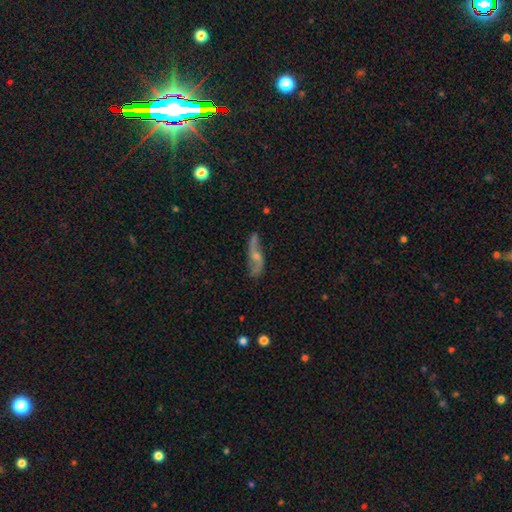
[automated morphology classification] Smooth or featured? Predicted: featured or disk (p=0.77). Edge-on disk? Predicted: no (p=0.86). Bar? Predicted: no (p=0.58). Spiral arms? Predicted: yes (p=0.92). Spiral winding? Predicted: loose (p=0.79). Spiral arm count? Predicted: 2 (p=0.91). Bulge size? Predicted: small (p=0.48). Merging? Predicted: none (p=0.69).